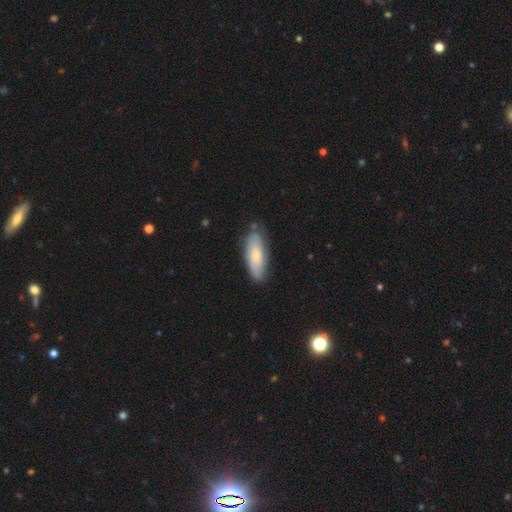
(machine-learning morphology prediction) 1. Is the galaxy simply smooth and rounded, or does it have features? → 56% smooth, 38% featured or disk, 6% star or artifact.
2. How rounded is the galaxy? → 70% in between, 28% cigar-shaped, 2% round.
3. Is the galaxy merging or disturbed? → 73% none, 21% minor disturbance, 4% major disturbance, 2% merger.